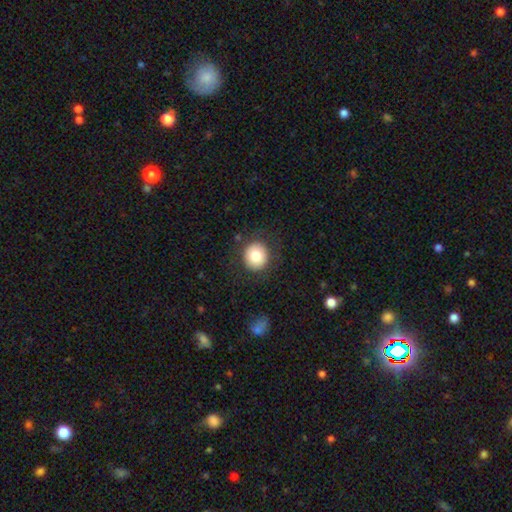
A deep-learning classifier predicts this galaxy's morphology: Q: Smooth or featured?
A: smooth (80%); runner-up: featured or disk (11%)
Q: How rounded?
A: round (87%); runner-up: in between (12%)
Q: Merging?
A: none (86%); runner-up: minor disturbance (9%)